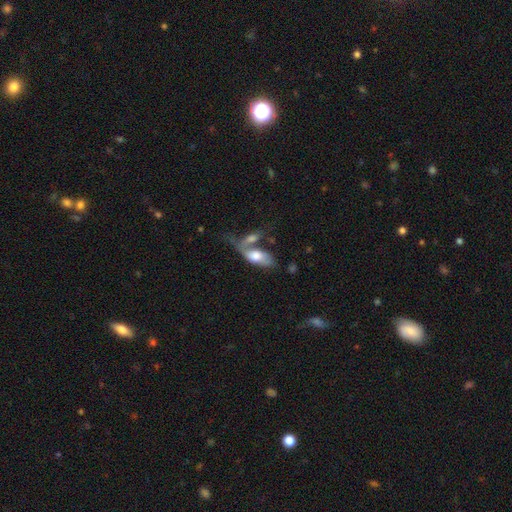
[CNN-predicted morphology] Smooth or featured: smooth — 55% (featured or disk — 38%)
How rounded: in between — 85% (cigar-shaped — 12%)
Merging: merger — 56% (none — 19%)